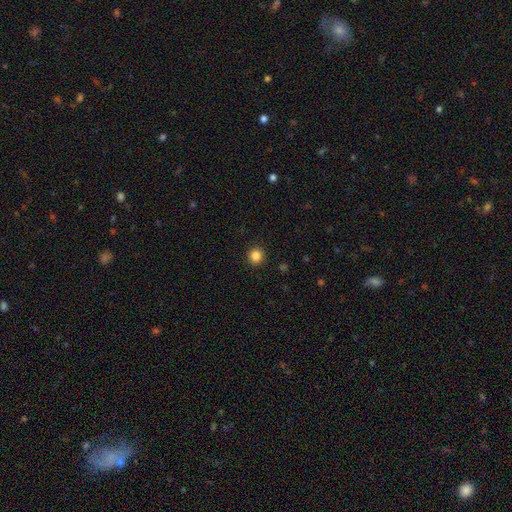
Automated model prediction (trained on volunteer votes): Smooth or featured? Predicted: smooth (p=0.84). How rounded? Predicted: round (p=0.92). Merging? Predicted: none (p=0.92).